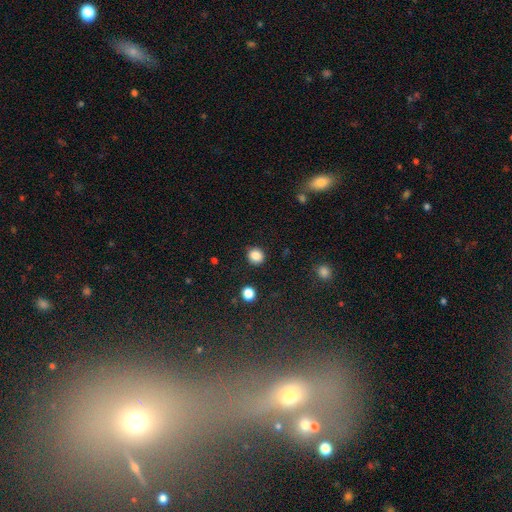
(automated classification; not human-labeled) Overall: smooth (86%). How rounded: round (82%). Merging: none (88%).